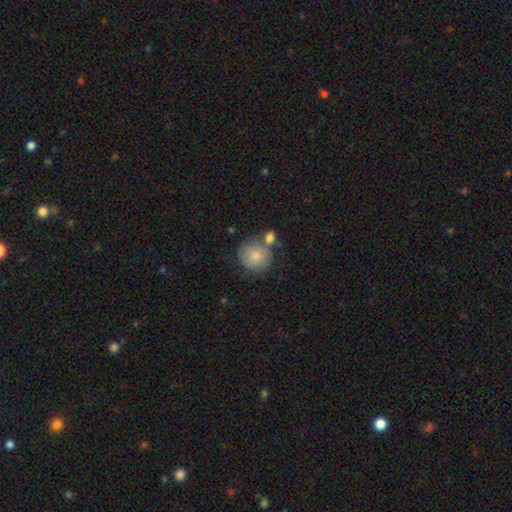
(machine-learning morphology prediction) A smooth galaxy with no disk features (74%) that is round (91%).

Vote fractions:
- Smooth or featured? smooth: 74% / featured or disk: 20% / star or artifact: 7%
- How rounded? round: 91% / in between: 8% / cigar-shaped: 1%
- Merging? none: 55% / merger: 23% / minor disturbance: 16% / major disturbance: 7%